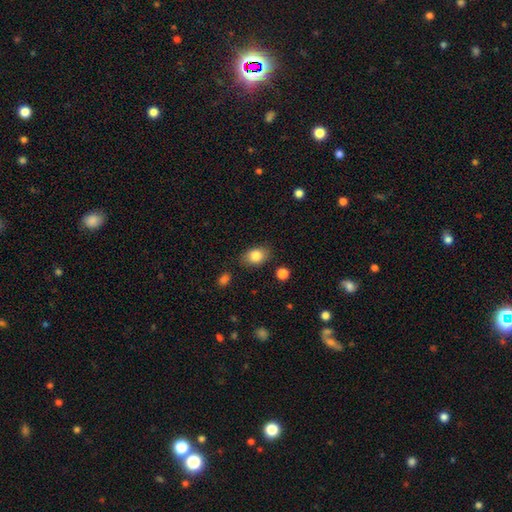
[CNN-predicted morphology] smooth 84%, star or artifact 8%, featured or disk 8%. Down the decision tree: how rounded — in between (78%); merging — none (81%).